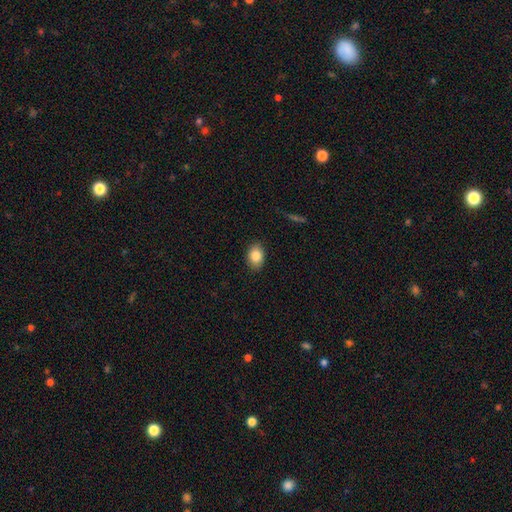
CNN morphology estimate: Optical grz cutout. It shows a smooth galaxy with no disk features (85%) that is in between round and cigar-shaped (79%). Merging: none (87%).